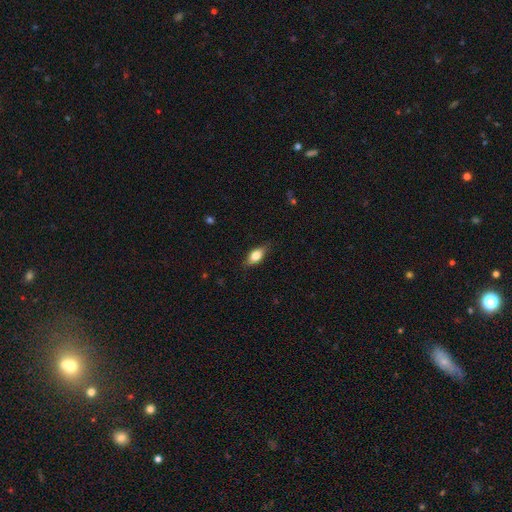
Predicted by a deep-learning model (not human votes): Smooth or featured? Predicted: smooth (p=0.69). How rounded? Predicted: in between (p=0.80). Merging? Predicted: none (p=0.81).